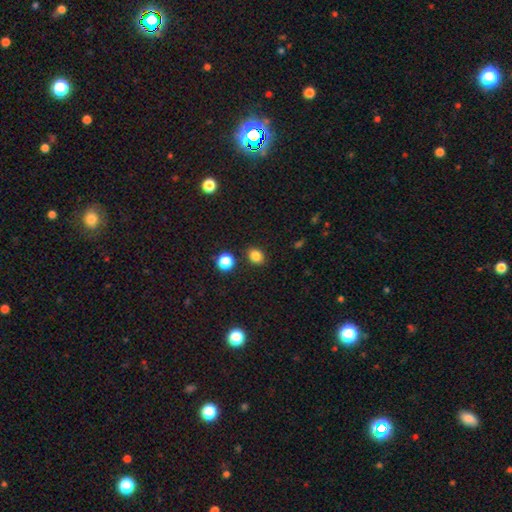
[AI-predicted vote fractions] smooth 84%, star or artifact 12%, featured or disk 4%. Down the decision tree: how rounded — round (50%); merging — none (84%).